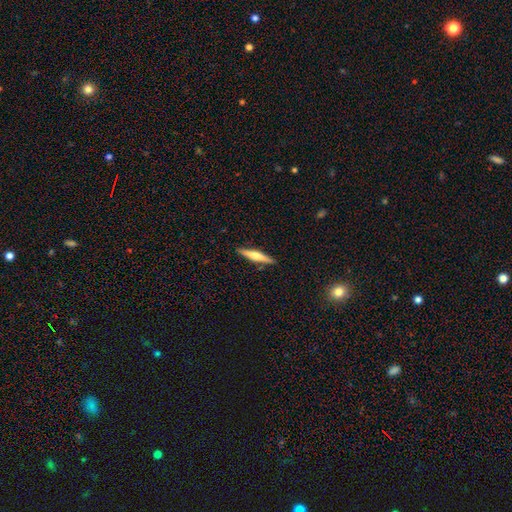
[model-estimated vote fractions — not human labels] This is possibly a featured or disk galaxy (51%). It is clearly viewed edge-on (97%). Merging: clearly none (89%).